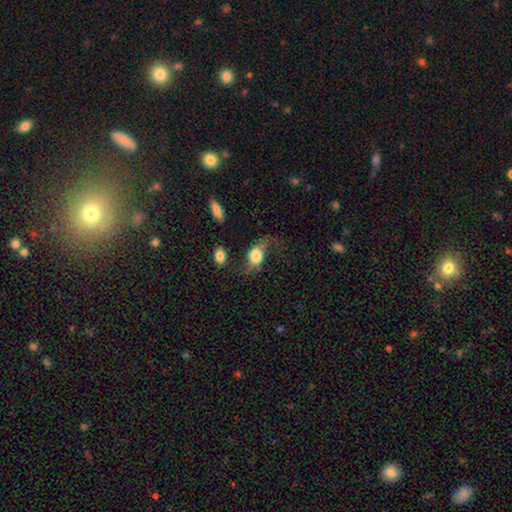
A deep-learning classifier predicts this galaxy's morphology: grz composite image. It shows a smooth galaxy with no disk features (47%). Merging: none (45%).